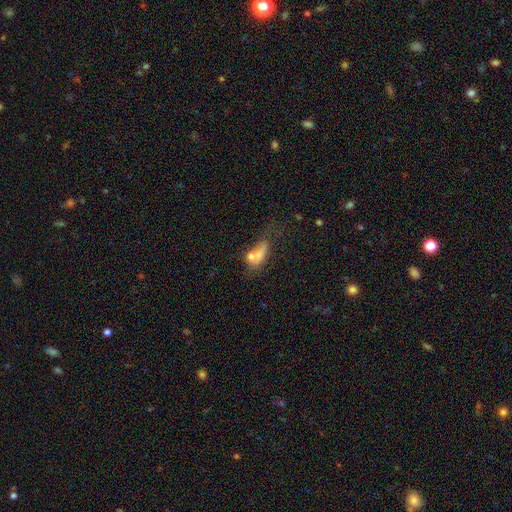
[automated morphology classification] Overall: smooth (60%; featured or disk 27%). How rounded: in between (74%). Merging: merger (44%; major disturbance 22%).